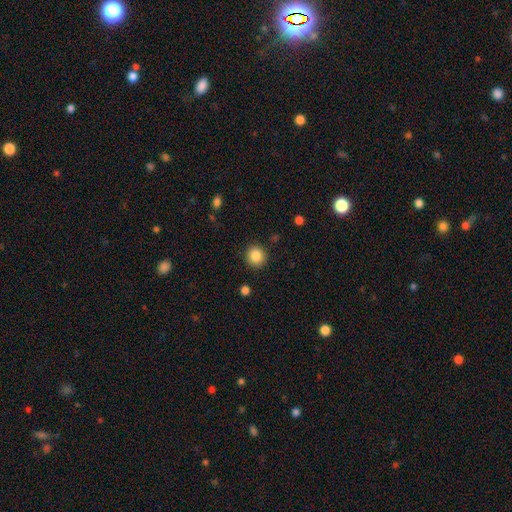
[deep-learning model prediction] This appears to be a smooth galaxy with no disk features (86%) that is round (90%). Merging: none (90%).